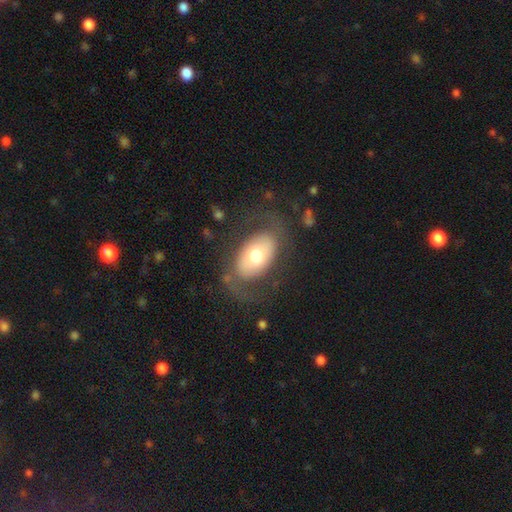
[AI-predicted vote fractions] Smooth or featured? featured or disk (48%)
Merging? none (69%)